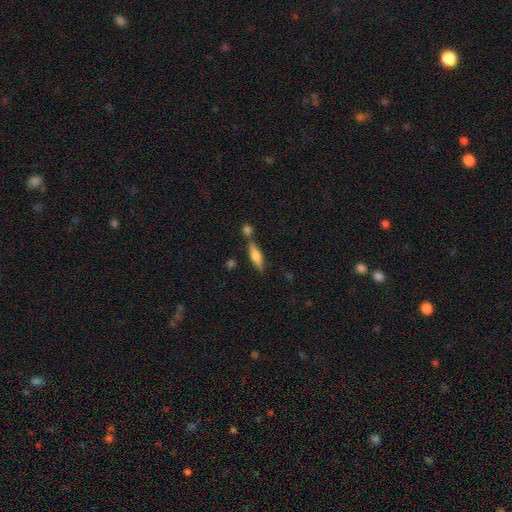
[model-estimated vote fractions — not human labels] smooth 60%, featured or disk 33%, star or artifact 7%. Down the decision tree: how rounded — cigar-shaped (65%); merging — none (64%).